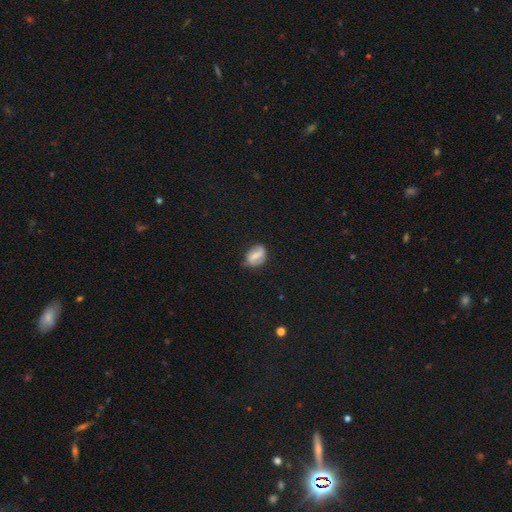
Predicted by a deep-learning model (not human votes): A smooth galaxy with no disk features (47%). Merging: none (67%).